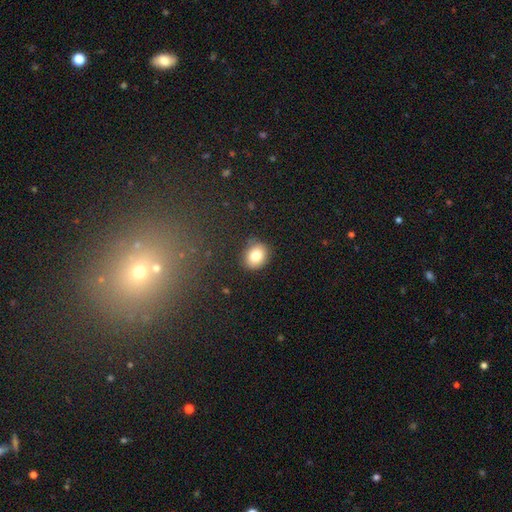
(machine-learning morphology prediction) This appears to be a smooth galaxy with no disk features (81%) that is round (57%). Merging: none (86%).